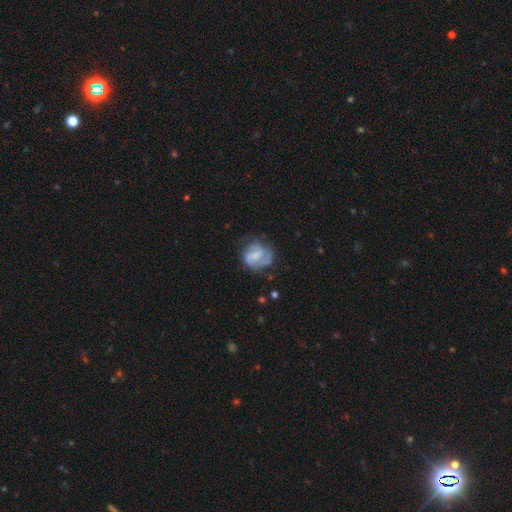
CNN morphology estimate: featured or disk 62%, smooth 31%, star or artifact 7%. Down the decision tree: edge-on disk — no (98%); bar — weak (48%); spiral arms — yes (80%); bulge size — small (38%); merging — none (54%).